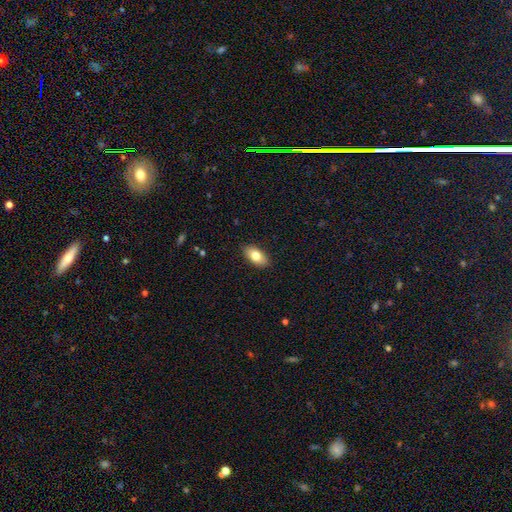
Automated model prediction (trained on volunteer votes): This appears to be a smooth galaxy with no disk features (78%) that is in between round and cigar-shaped (92%). Merging: none (88%).